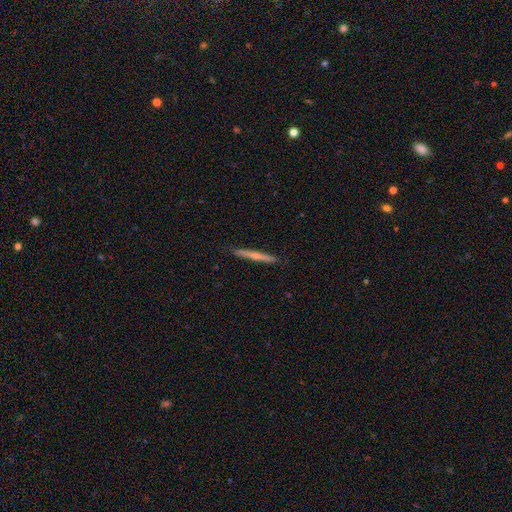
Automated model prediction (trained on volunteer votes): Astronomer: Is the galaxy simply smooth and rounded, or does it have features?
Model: smooth — 50% (runner-up: featured or disk, 44%).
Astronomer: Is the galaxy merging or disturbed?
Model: none — 90%.